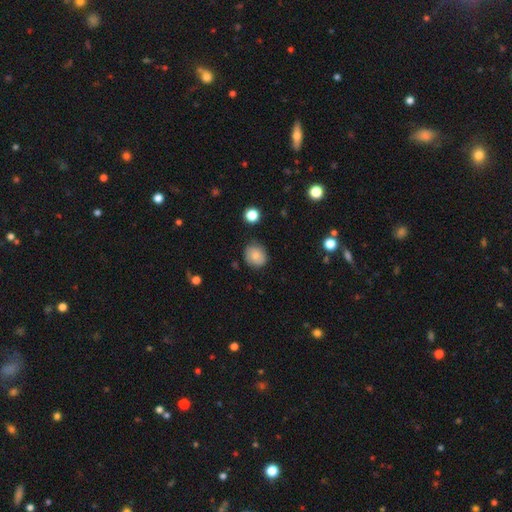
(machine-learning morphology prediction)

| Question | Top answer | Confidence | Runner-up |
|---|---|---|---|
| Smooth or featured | smooth | 75% | featured or disk (16%) |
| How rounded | round | 74% | in between (25%) |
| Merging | none | 77% | minor disturbance (18%) |